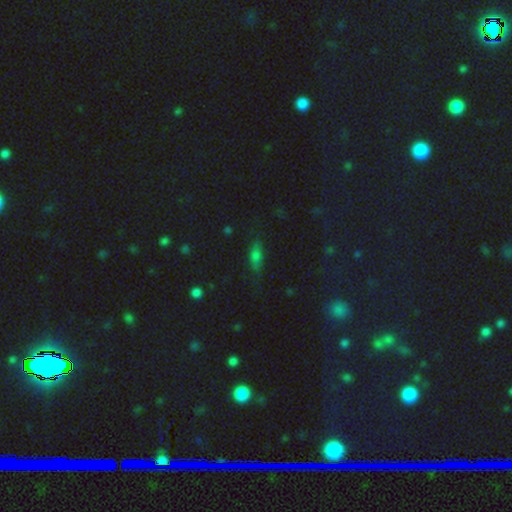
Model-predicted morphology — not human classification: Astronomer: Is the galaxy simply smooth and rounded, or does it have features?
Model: smooth — 61%.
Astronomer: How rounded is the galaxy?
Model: in between — 69%.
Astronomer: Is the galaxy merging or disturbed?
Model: none — 73%.